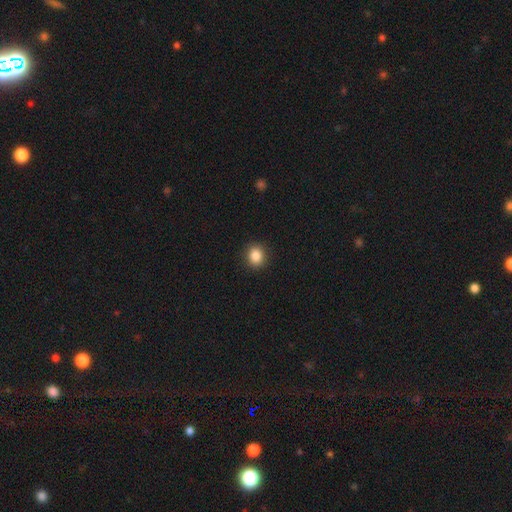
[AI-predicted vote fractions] The model was most divided on "how rounded": round: 75%, in between: 24%, cigar-shaped: 1%. More confident: merging — none (91%); smooth or featured — smooth (86%).